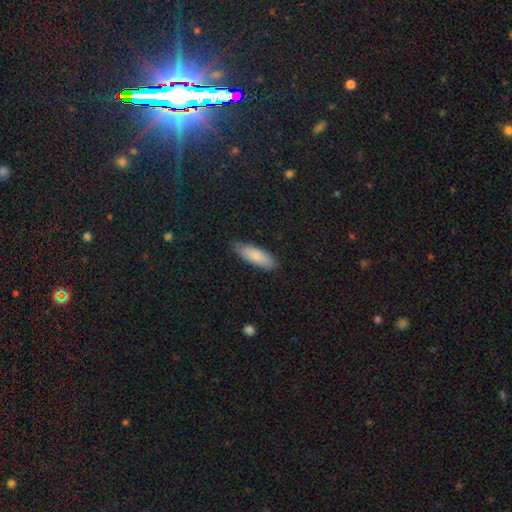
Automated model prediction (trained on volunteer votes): A smooth galaxy with no disk features (84%) that is in between round and cigar-shaped (61%).

Vote fractions:
- Smooth or featured? smooth: 84% / featured or disk: 10% / star or artifact: 6%
- How rounded? in between: 61% / cigar-shaped: 37% / round: 2%
- Merging? none: 80% / minor disturbance: 16% / major disturbance: 2% / merger: 1%